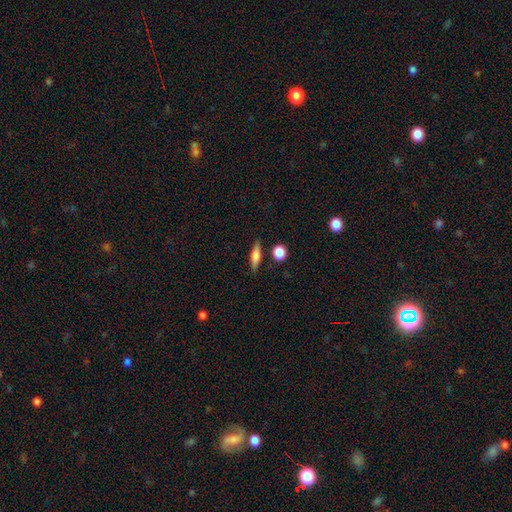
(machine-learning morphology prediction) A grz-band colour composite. It shows a smooth galaxy with no disk features (67%) that is cigar-shaped (59%). Merging: none (82%).